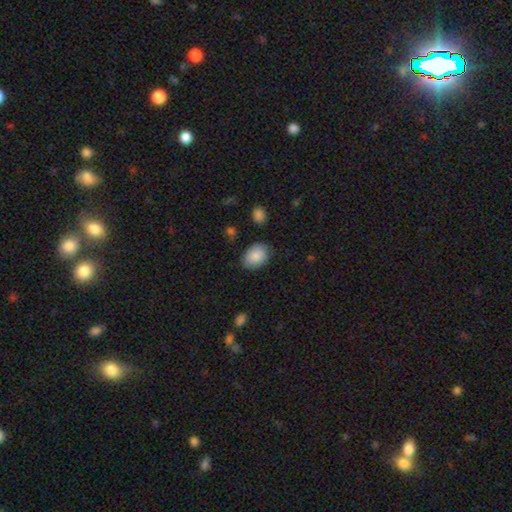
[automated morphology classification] A smooth galaxy with no disk features (86%) that is in between round and cigar-shaped (74%).

Vote fractions:
- Smooth or featured? smooth: 86% / star or artifact: 7% / featured or disk: 7%
- How rounded? in between: 74% / round: 25% / cigar-shaped: 1%
- Merging? none: 75% / minor disturbance: 19% / major disturbance: 4% / merger: 2%